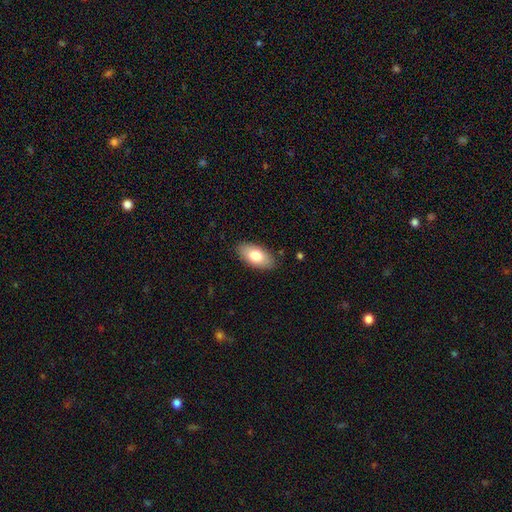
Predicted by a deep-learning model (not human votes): The model was most divided on "smooth or featured": smooth: 78%, featured or disk: 16%, star or artifact: 6%. More confident: how rounded — in between (93%); merging — none (86%).